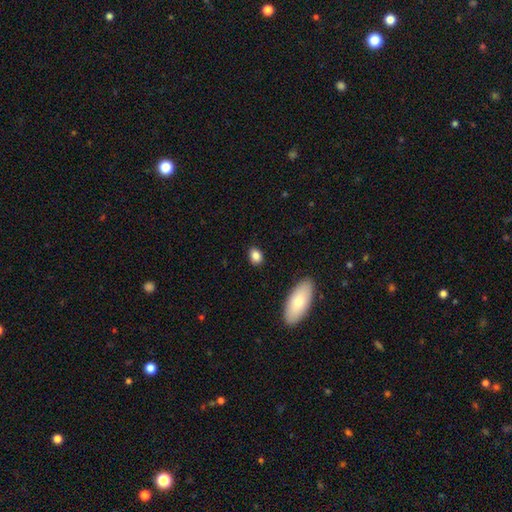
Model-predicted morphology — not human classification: Smooth or featured: smooth — 85% (star or artifact — 9%)
How rounded: in between — 70% (round — 28%)
Merging: none — 85% (minor disturbance — 10%)